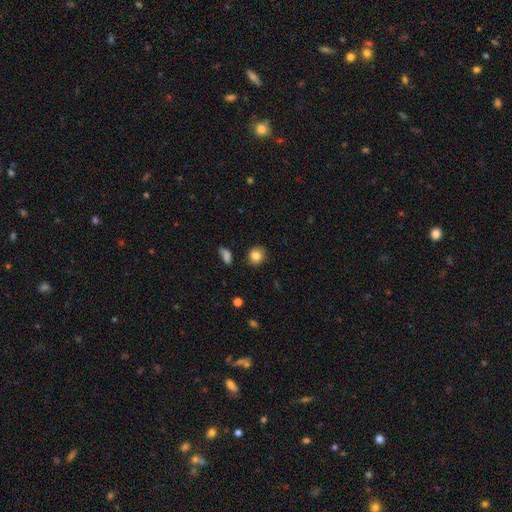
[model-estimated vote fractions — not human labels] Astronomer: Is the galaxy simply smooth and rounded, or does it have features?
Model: smooth — 83%.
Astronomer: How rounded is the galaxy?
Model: round — 84%.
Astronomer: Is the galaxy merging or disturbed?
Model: none — 87%.